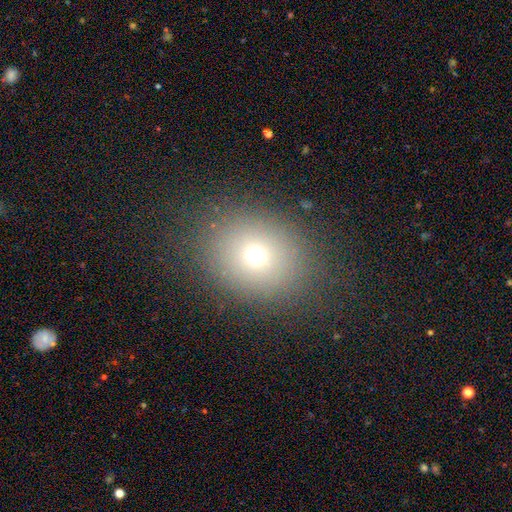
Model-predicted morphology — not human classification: Overall: smooth (67%). How rounded: round (61%; in between 38%). Merging: none (83%).